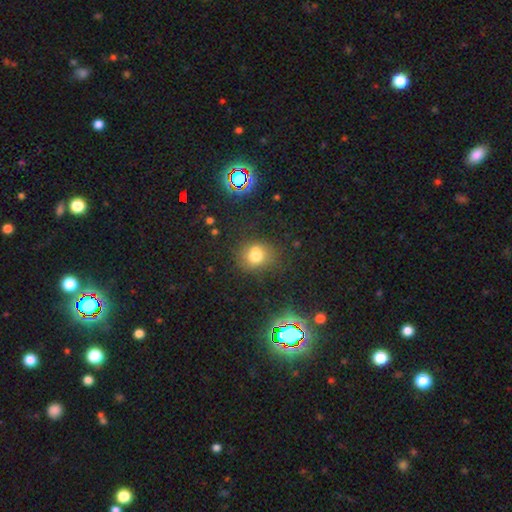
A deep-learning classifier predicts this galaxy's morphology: Overall: smooth (72%). How rounded: round (72%). Merging: none (66%).